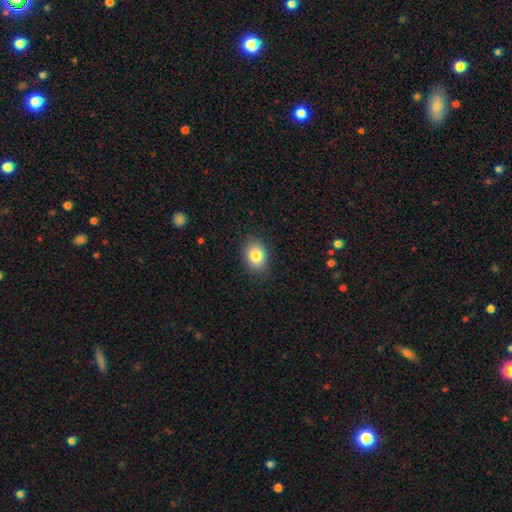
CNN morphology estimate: Smooth or featured?
  - smooth: 83% *
  - star or artifact: 9%
  - featured or disk: 8%
How rounded?
  - in between: 62% *
  - round: 37%
  - cigar-shaped: 1%
Merging?
  - none: 87% *
  - minor disturbance: 9%
  - major disturbance: 2%
  - merger: 1%